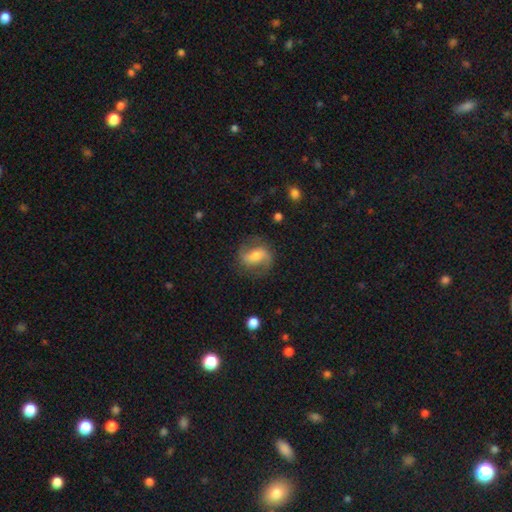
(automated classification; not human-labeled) Smooth or featured: featured or disk — 72% (smooth — 21%)
Edge-on disk: no — 96% (yes — 4%)
Bar: weak — 39% (strong — 34%)
Spiral arms: yes — 91% (no — 9%)
Spiral winding: medium — 44% (loose — 39%)
Spiral arm count: 2 — 89% (can't tell — 5%)
Bulge size: moderate — 52% (small — 34%)
Merging: none — 77% (minor disturbance — 15%)